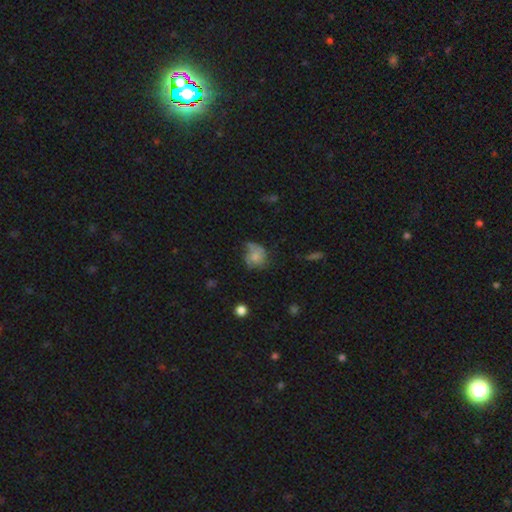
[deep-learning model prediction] This is possibly a smooth galaxy (57%). How rounded: likely round (69%). Merging: marginally none (41%).